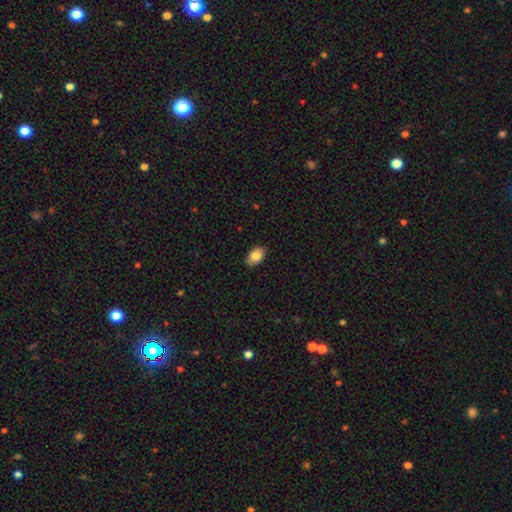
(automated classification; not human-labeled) smooth_or_featured: smooth (p=0.85) [alt: star or artifact p=0.07]
how_rounded: in between (p=0.89) [alt: round p=0.09]
merging: none (p=0.89) [alt: minor disturbance p=0.09]